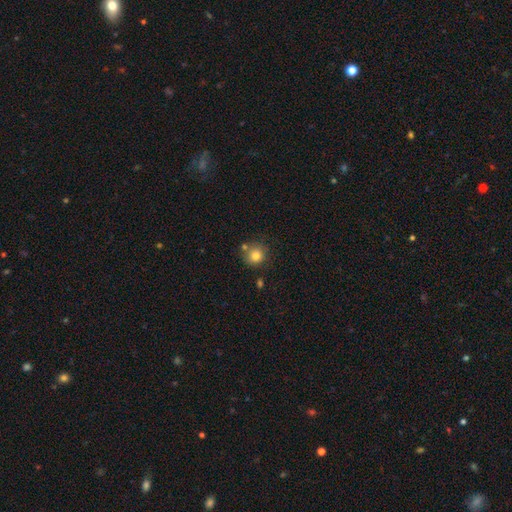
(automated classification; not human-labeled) Smooth or featured?
  - smooth: 81% *
  - star or artifact: 11%
  - featured or disk: 8%
How rounded?
  - round: 89% *
  - in between: 10%
  - cigar-shaped: 1%
Merging?
  - none: 70% *
  - minor disturbance: 14%
  - merger: 13%
  - major disturbance: 4%